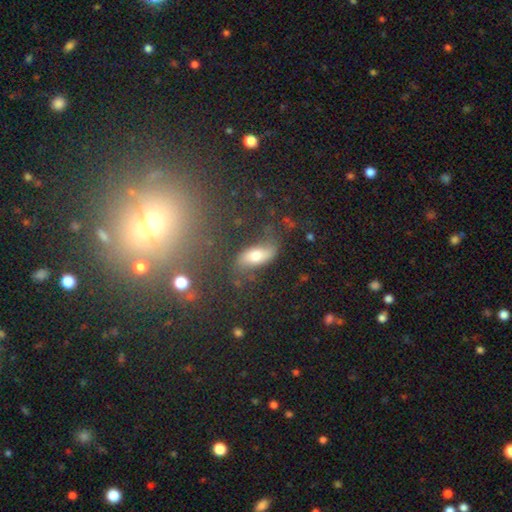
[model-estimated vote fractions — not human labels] smooth 57%, featured or disk 31%, star or artifact 12%. Down the decision tree: how rounded — in between (78%); merging — none (60%).